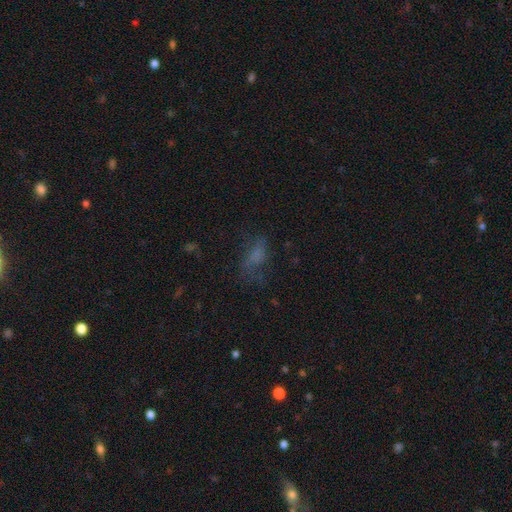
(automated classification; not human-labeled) Q: Smooth or featured?
A: smooth (50%); runner-up: featured or disk (27%)
Q: How rounded?
A: in between (79%); runner-up: cigar-shaped (10%)
Q: Merging?
A: none (46%); runner-up: major disturbance (29%)